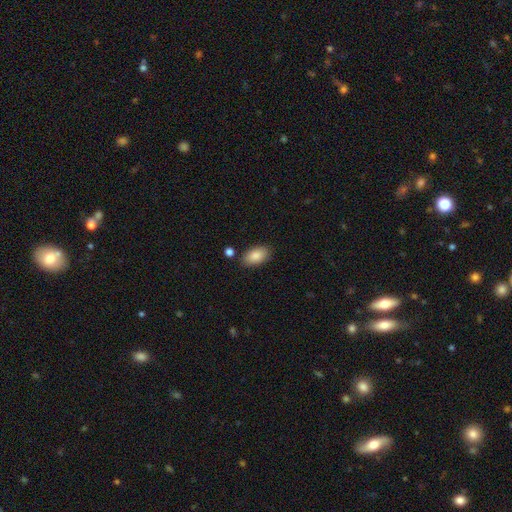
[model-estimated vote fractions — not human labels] Q: Smooth or featured?
A: smooth (87%); runner-up: featured or disk (7%)
Q: How rounded?
A: in between (93%); runner-up: round (5%)
Q: Merging?
A: none (83%); runner-up: minor disturbance (11%)